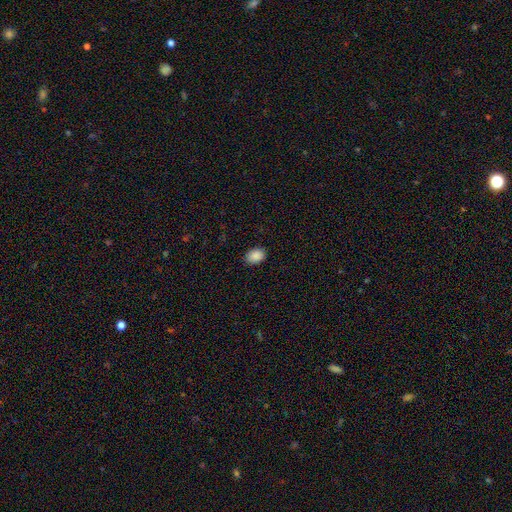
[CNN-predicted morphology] The model was most divided on "how rounded": in between: 81%, round: 18%, cigar-shaped: 1%. More confident: smooth or featured — smooth (90%); merging — none (88%).